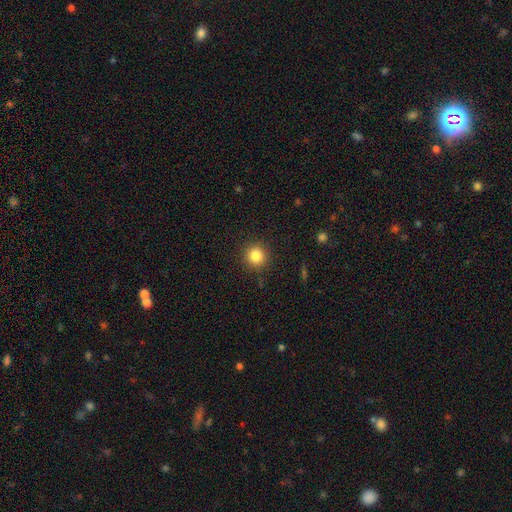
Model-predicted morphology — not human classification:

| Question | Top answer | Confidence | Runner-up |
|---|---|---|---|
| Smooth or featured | smooth | 84% | star or artifact (11%) |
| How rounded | round | 93% | in between (6%) |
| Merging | none | 90% | minor disturbance (7%) |